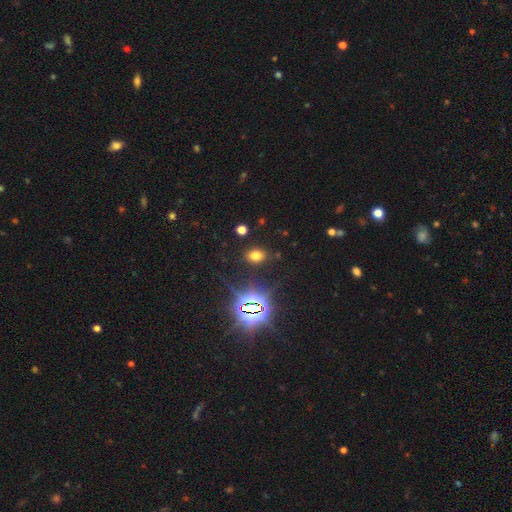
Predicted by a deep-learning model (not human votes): smooth_or_featured: smooth (p=0.64) [alt: star or artifact p=0.29]
how_rounded: in between (p=0.73) [alt: round p=0.25]
merging: none (p=0.85) [alt: minor disturbance p=0.09]